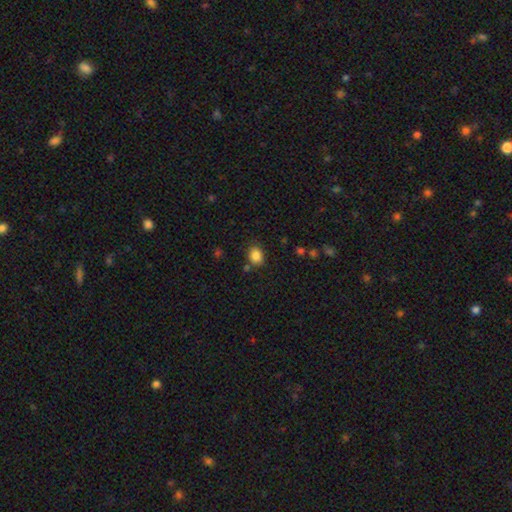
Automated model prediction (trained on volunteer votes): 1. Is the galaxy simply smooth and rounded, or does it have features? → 85% smooth, 10% star or artifact, 5% featured or disk.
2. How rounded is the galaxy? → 57% round, 42% in between, 1% cigar-shaped.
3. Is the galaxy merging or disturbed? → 78% none, 13% minor disturbance, 5% merger, 4% major disturbance.